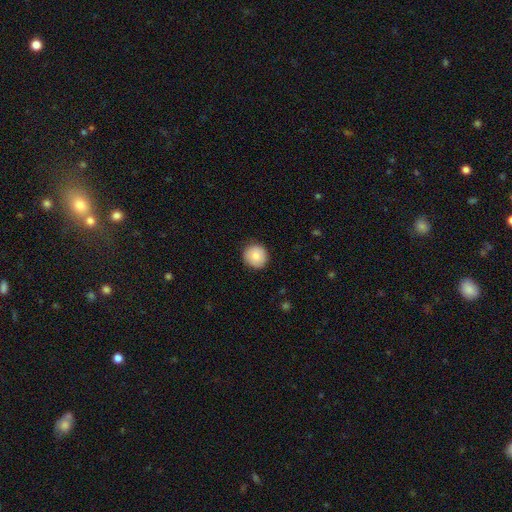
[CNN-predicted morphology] Smooth or featured: smooth — 84% (featured or disk — 9%)
How rounded: round — 93% (in between — 6%)
Merging: none — 89% (minor disturbance — 8%)